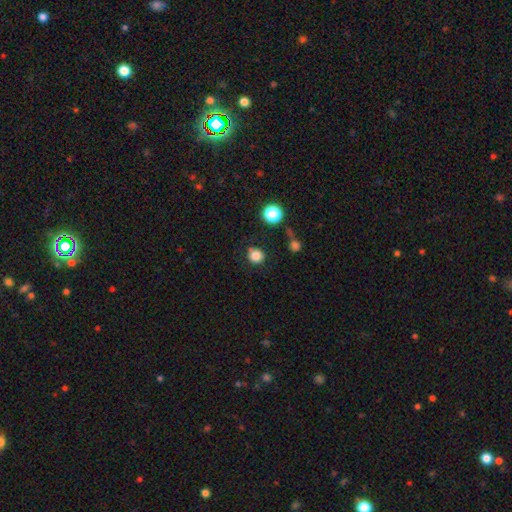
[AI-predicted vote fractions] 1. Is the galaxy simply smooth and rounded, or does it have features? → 83% smooth, 12% star or artifact, 4% featured or disk.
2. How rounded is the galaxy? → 87% round, 12% in between, 1% cigar-shaped.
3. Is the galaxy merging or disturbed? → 81% none, 11% minor disturbance, 4% major disturbance, 4% merger.